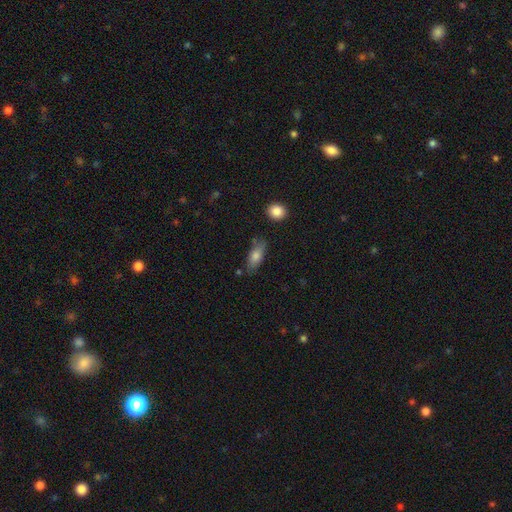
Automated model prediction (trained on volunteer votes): A smooth galaxy with no disk features (76%) that is in between round and cigar-shaped (77%).

Vote fractions:
- Smooth or featured? smooth: 76% / featured or disk: 17% / star or artifact: 7%
- How rounded? in between: 77% / cigar-shaped: 19% / round: 4%
- Merging? none: 72% / minor disturbance: 19% / merger: 5% / major disturbance: 4%